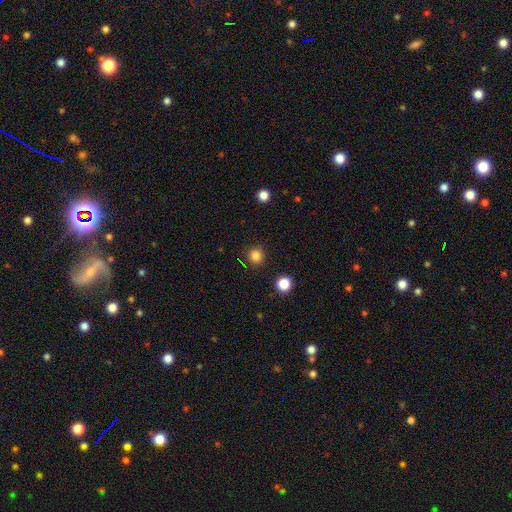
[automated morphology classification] A smooth galaxy with no disk features (81%) that is round (95%).

Vote fractions:
- Smooth or featured? smooth: 81% / star or artifact: 14% / featured or disk: 5%
- How rounded? round: 95% / in between: 4% / cigar-shaped: 1%
- Merging? none: 90% / minor disturbance: 6% / major disturbance: 2% / merger: 2%